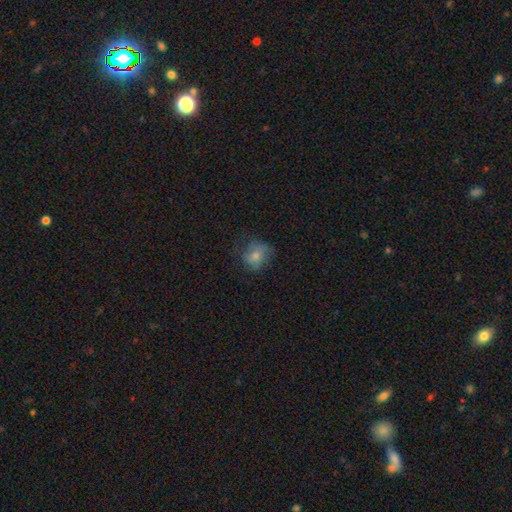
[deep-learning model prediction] Morphology: type=smooth (70%); roundness=round (65%); merging=none (60%).